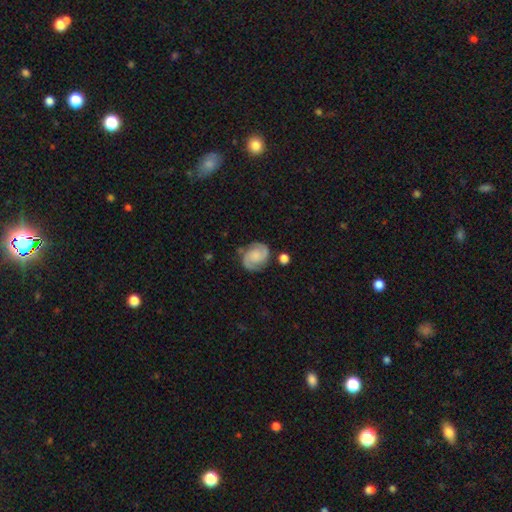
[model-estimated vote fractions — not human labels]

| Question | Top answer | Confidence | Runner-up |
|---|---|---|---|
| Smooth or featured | featured or disk | 78% | smooth (15%) |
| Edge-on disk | no | 98% | yes (2%) |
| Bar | no | 65% | weak (29%) |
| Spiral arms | yes | 96% | no (4%) |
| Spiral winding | medium | 49% | tight (37%) |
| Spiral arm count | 2 | 91% | can't tell (4%) |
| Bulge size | none | 36% | small (31%) |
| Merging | none | 75% | minor disturbance (15%) |